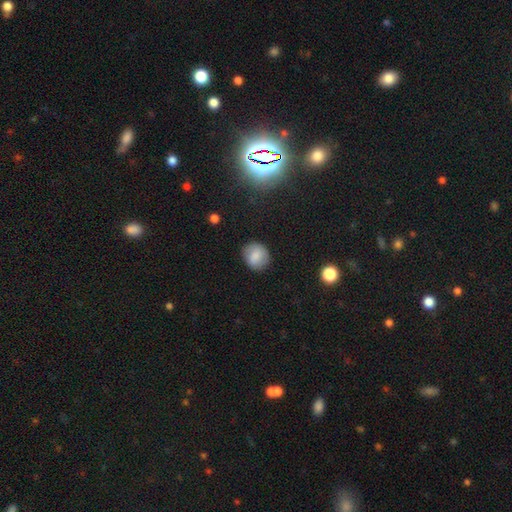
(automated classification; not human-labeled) This appears to be a smooth galaxy with no disk features (80%) that is round (80%). Merging: none (82%).